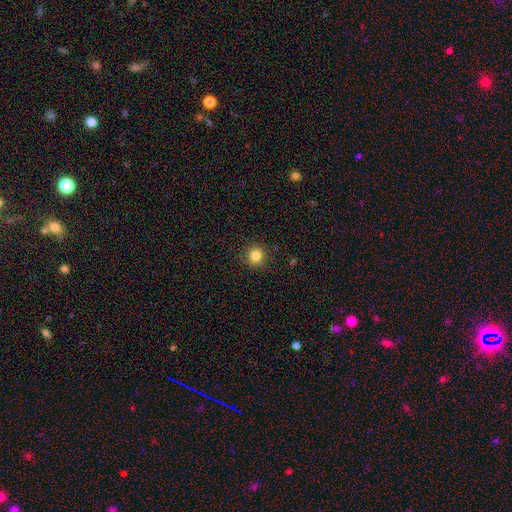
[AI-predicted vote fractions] Overall: smooth (84%). How rounded: round (91%). Merging: none (89%).